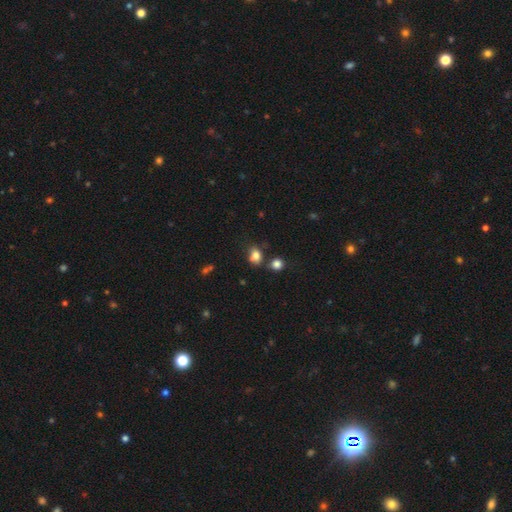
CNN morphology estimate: Smooth or featured? smooth (81%)
How rounded? in between (61%)
Merging? none (61%)